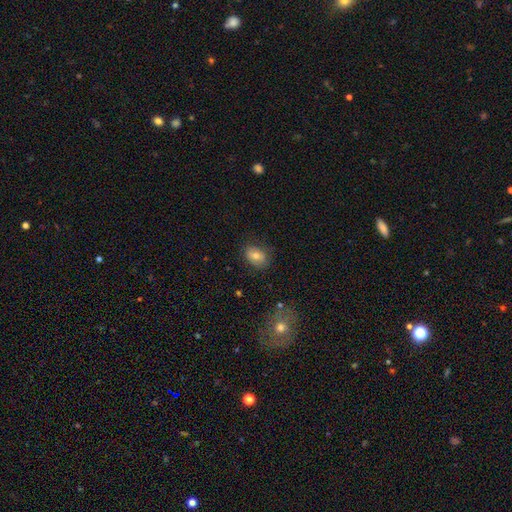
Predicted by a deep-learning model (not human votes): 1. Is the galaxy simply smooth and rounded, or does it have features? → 72% smooth, 17% featured or disk, 11% star or artifact.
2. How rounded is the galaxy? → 71% in between, 28% round, 1% cigar-shaped.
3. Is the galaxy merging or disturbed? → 82% none, 13% minor disturbance, 3% major disturbance, 2% merger.